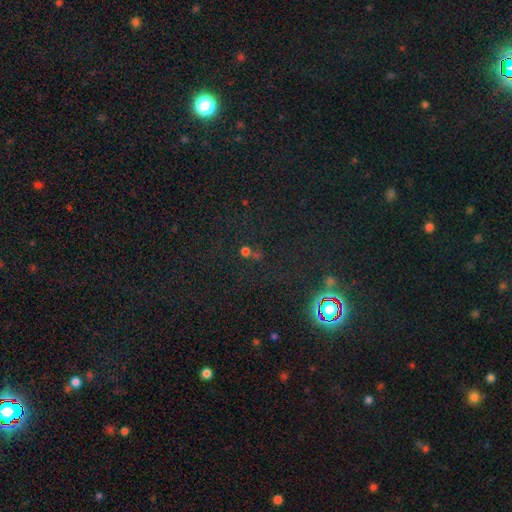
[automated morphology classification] smooth-or-featured: star or artifact: 73% | smooth: 19% | featured or disk: 8%